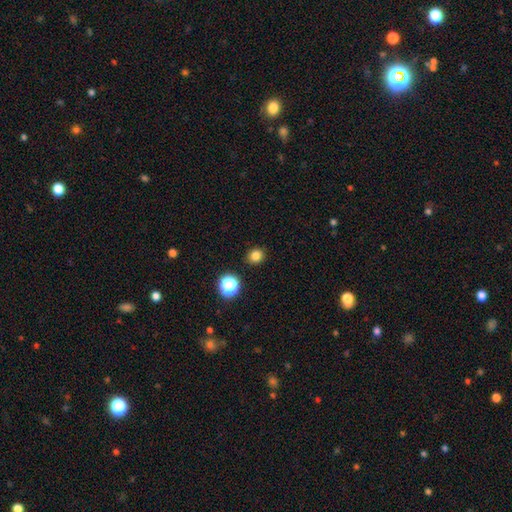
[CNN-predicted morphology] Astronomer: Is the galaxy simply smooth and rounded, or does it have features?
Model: smooth — 81%.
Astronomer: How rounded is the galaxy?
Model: round — 78%.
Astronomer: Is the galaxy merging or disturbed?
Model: none — 90%.